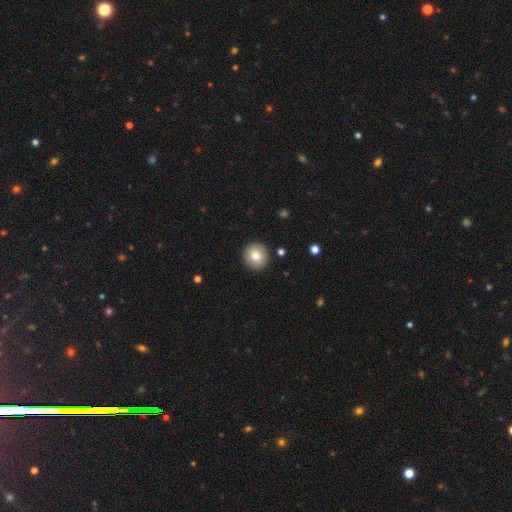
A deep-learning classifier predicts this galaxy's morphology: Smooth or featured?
  - smooth: 80% *
  - featured or disk: 12%
  - star or artifact: 9%
How rounded?
  - round: 94% *
  - in between: 5%
  - cigar-shaped: 1%
Merging?
  - none: 92% *
  - minor disturbance: 5%
  - major disturbance: 2%
  - merger: 1%